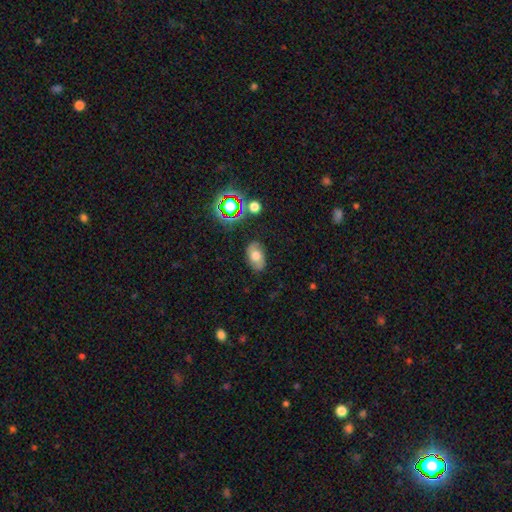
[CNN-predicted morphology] This appears to be a smooth galaxy with no disk features (61%) that is in between round and cigar-shaped (88%). Merging: none (80%).